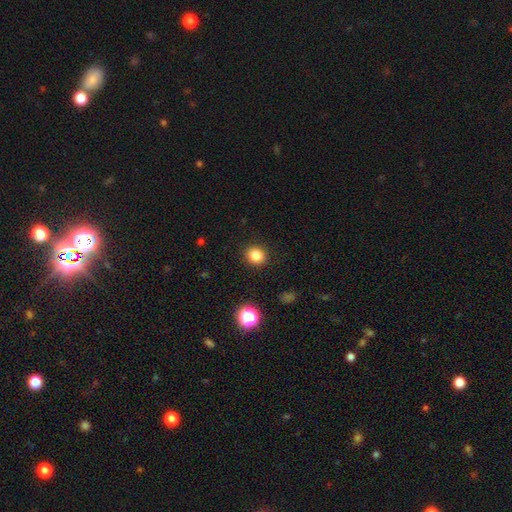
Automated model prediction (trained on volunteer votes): Overall: smooth (83%). How rounded: round (84%). Merging: none (91%).